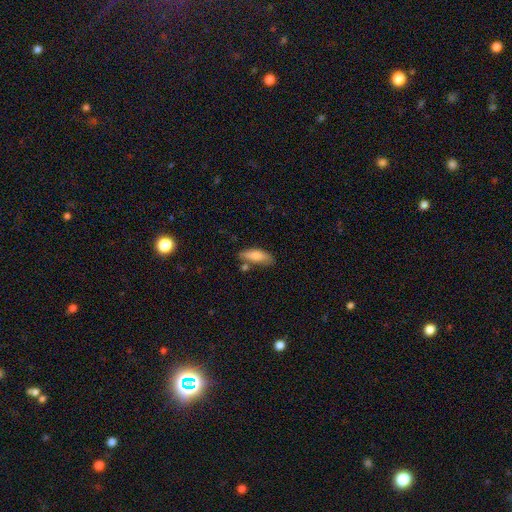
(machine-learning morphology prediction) smooth-or-featured: smooth: 80% | featured or disk: 13% | star or artifact: 6%
  how-rounded: in between: 63% | cigar-shaped: 35% | round: 2%
  merging: none: 60% | minor disturbance: 24% | merger: 11% | major disturbance: 6%